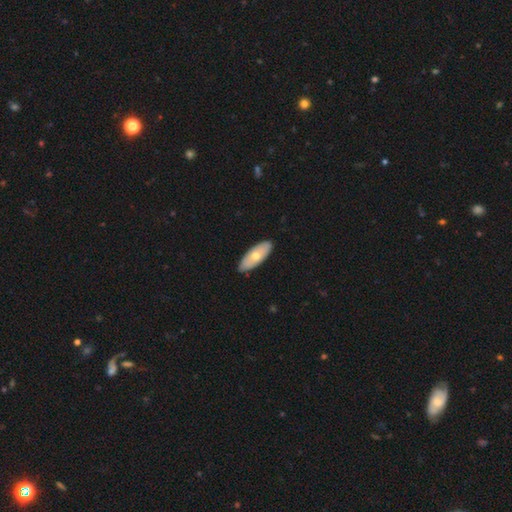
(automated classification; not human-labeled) This appears to be a smooth galaxy with no disk features (60%) that is in between round and cigar-shaped (80%). Merging: none (87%).